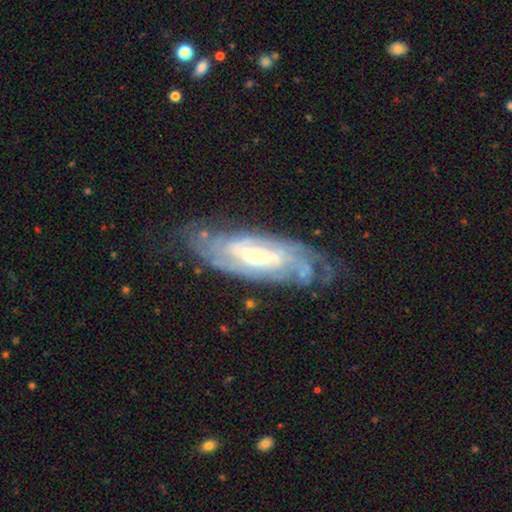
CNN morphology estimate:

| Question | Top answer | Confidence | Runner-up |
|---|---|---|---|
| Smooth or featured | featured or disk | 84% | smooth (10%) |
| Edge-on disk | no | 86% | yes (14%) |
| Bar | weak | 40% | no (37%) |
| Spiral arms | yes | 93% | no (7%) |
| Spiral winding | tight | 65% | medium (28%) |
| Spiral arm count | can't tell | 45% | 2 (20%) |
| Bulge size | moderate | 48% | small (43%) |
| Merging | none | 69% | minor disturbance (20%) |